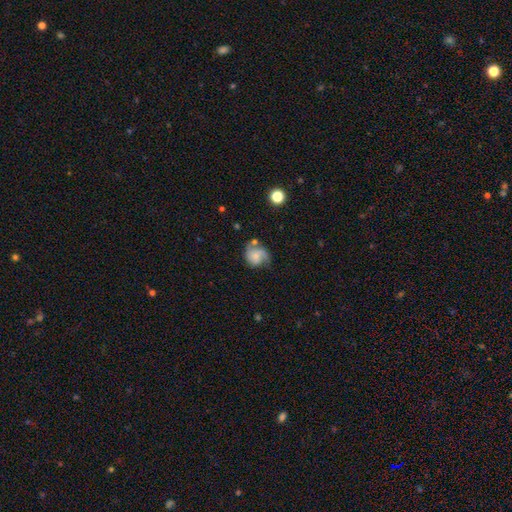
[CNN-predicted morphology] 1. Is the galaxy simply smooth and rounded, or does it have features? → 54% featured or disk, 37% smooth, 9% star or artifact.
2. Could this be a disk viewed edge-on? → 98% no, 2% yes.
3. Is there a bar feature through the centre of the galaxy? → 74% no, 23% weak, 4% strong.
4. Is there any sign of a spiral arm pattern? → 84% yes, 16% no.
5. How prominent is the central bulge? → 58% small, 26% moderate, 11% none, 3% large, 1% dominant.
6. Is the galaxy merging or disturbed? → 44% none, 27% minor disturbance, 19% major disturbance, 10% merger.